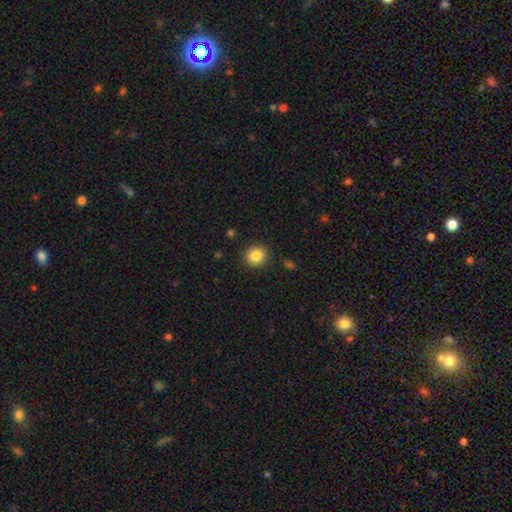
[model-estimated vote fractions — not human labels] Q: Smooth or featured?
A: smooth (85%); runner-up: star or artifact (10%)
Q: How rounded?
A: round (90%); runner-up: in between (9%)
Q: Merging?
A: none (90%); runner-up: minor disturbance (6%)